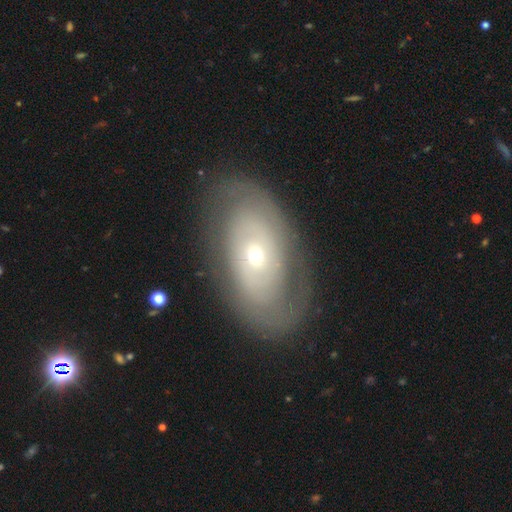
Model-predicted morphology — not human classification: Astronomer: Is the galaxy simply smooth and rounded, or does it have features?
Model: featured or disk — 69%.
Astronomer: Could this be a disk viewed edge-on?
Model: no — 93%.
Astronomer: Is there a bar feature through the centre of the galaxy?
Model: no — 83%.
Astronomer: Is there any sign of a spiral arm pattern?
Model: yes — 61% (runner-up: no, 39%).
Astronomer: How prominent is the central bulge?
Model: small — 61%.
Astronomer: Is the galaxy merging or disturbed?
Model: none — 77%.